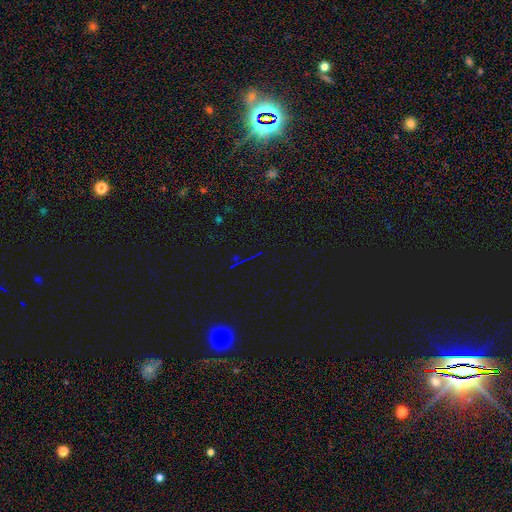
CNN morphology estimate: The model was most divided on "smooth or featured": star or artifact: 78%, featured or disk: 11%, smooth: 11%.